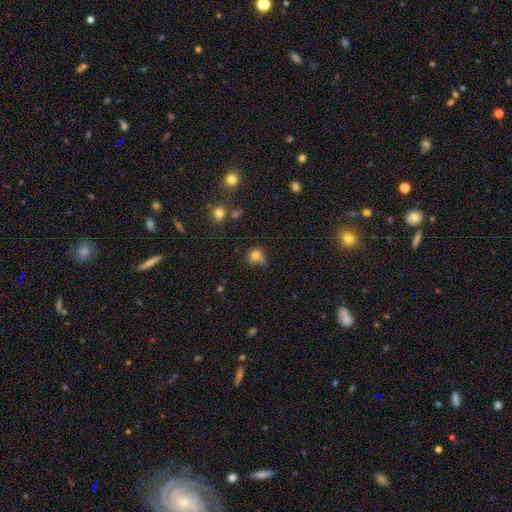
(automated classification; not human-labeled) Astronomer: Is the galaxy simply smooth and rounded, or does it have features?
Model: smooth — 76%.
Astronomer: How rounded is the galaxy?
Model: round — 79%.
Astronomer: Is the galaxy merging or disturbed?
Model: none — 51%.